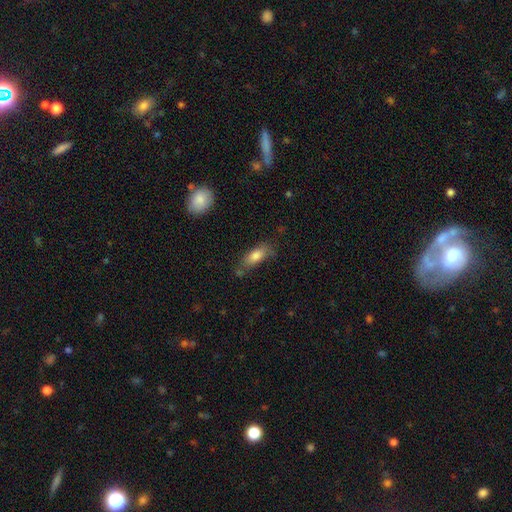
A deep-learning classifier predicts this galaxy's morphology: Smooth or featured?
  - smooth: 79% *
  - featured or disk: 13%
  - star or artifact: 7%
How rounded?
  - in between: 74% *
  - cigar-shaped: 23%
  - round: 3%
Merging?
  - none: 65% *
  - minor disturbance: 22%
  - merger: 7%
  - major disturbance: 6%